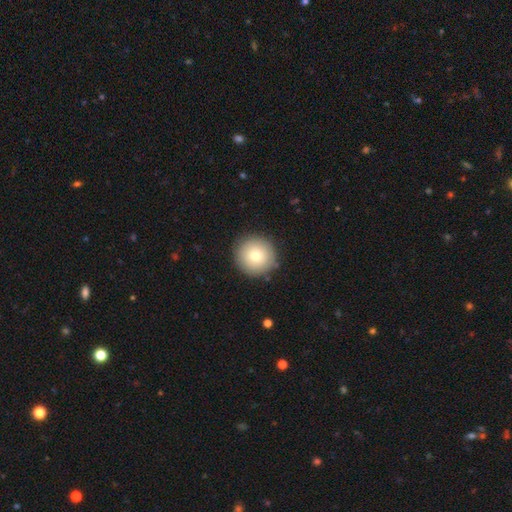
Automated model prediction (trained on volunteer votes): Smooth or featured?
  - smooth: 77% *
  - featured or disk: 15%
  - star or artifact: 8%
How rounded?
  - round: 96% *
  - in between: 3%
  - cigar-shaped: 1%
Merging?
  - none: 88% *
  - minor disturbance: 8%
  - major disturbance: 2%
  - merger: 1%